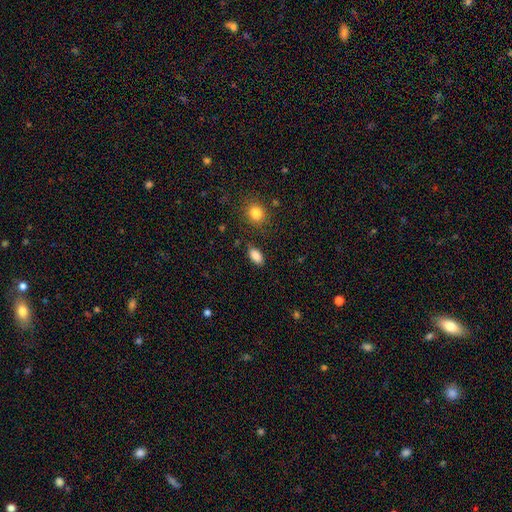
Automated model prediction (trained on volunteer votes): Smooth or featured: smooth — 87% (star or artifact — 8%)
How rounded: in between — 91% (round — 5%)
Merging: none — 84% (minor disturbance — 11%)